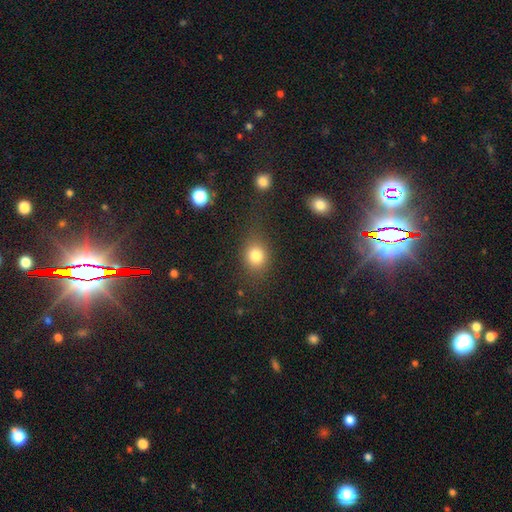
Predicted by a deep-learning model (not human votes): Morphology: type=smooth (80%); roundness=round (62%); merging=none (72%).